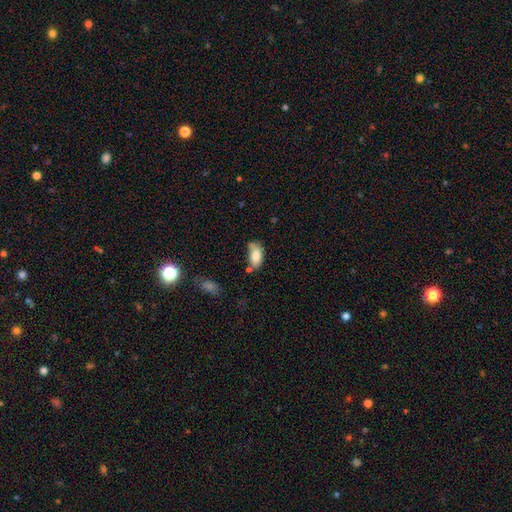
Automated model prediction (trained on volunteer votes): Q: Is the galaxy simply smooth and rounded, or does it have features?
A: smooth — 80%.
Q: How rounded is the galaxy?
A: in between — 92%.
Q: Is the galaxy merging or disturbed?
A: none — 46%.